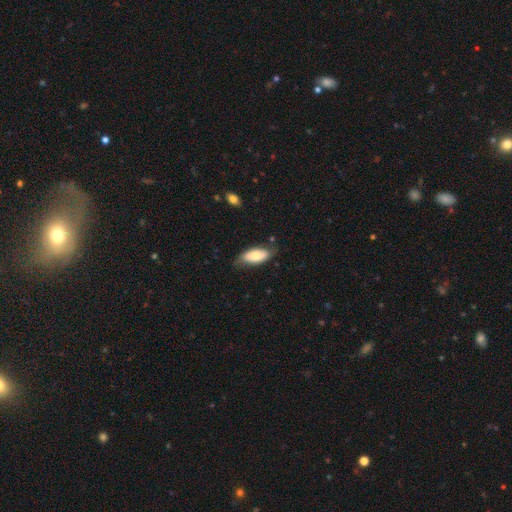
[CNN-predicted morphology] A smooth galaxy with no disk features (71%) that is in between round and cigar-shaped (89%). Merging: none (67%).